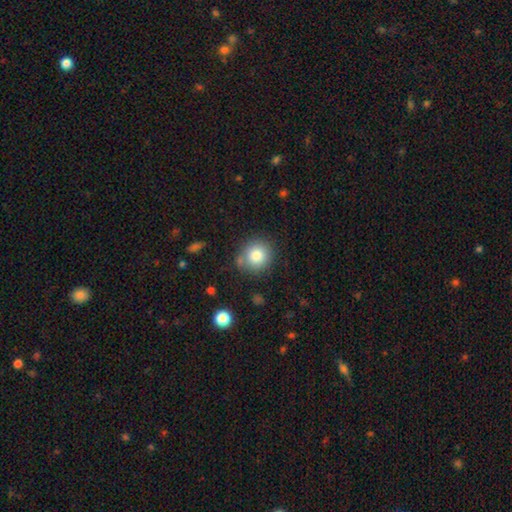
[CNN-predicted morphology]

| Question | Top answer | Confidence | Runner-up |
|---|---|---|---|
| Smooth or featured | smooth | 82% | star or artifact (10%) |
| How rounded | round | 89% | in between (10%) |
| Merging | none | 77% | minor disturbance (13%) |